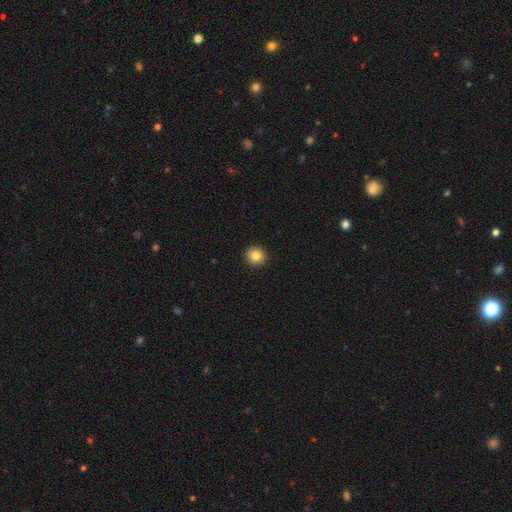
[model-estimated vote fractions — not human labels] Smooth or featured? Predicted: smooth (p=0.83). How rounded? Predicted: round (p=0.94). Merging? Predicted: none (p=0.94).